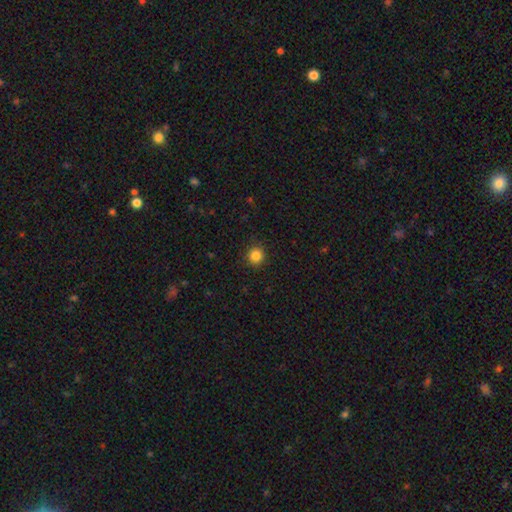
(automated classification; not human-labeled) A smooth galaxy with no disk features (85%) that is round (93%).

Vote fractions:
- Smooth or featured? smooth: 85% / star or artifact: 11% / featured or disk: 4%
- How rounded? round: 93% / in between: 6% / cigar-shaped: 1%
- Merging? none: 91% / minor disturbance: 6% / major disturbance: 2% / merger: 1%